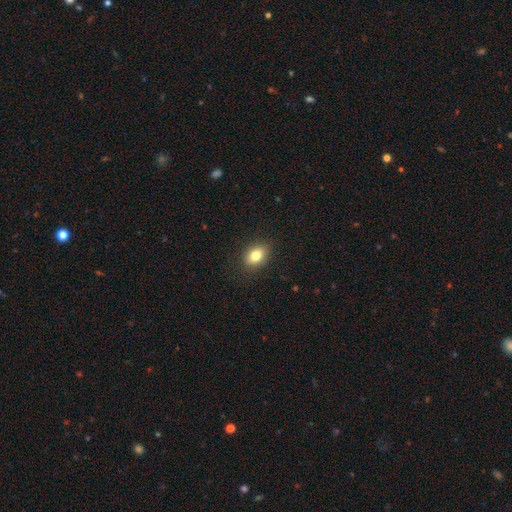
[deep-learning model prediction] smooth_or_featured: smooth (p=0.81) [alt: star or artifact p=0.09]
how_rounded: in between (p=0.75) [alt: round p=0.23]
merging: none (p=0.88) [alt: minor disturbance p=0.09]